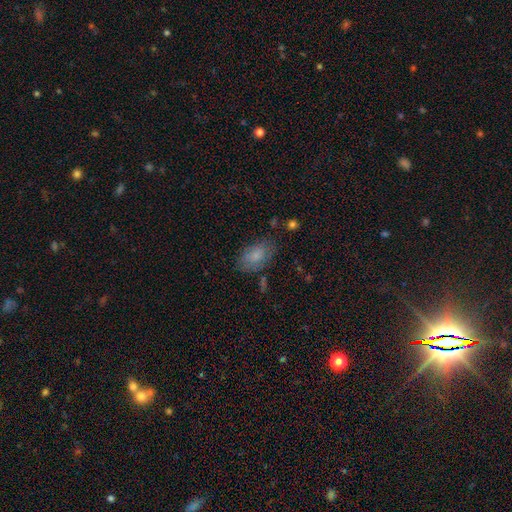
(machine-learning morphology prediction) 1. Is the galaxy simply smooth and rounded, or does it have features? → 77% smooth, 15% featured or disk, 8% star or artifact.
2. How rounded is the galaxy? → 91% in between, 7% round, 2% cigar-shaped.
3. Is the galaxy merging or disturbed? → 69% none, 21% minor disturbance, 7% major disturbance, 4% merger.